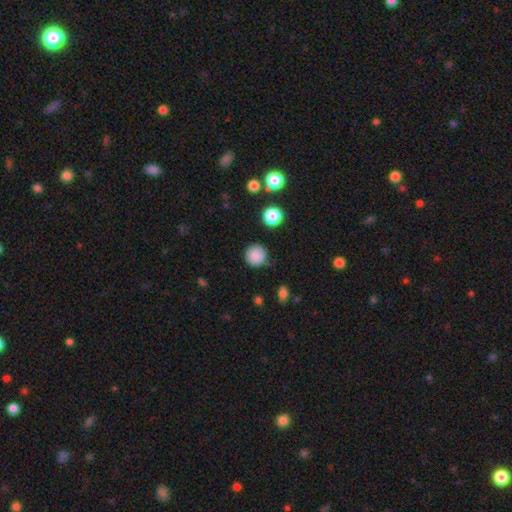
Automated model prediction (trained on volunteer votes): A smooth galaxy with no disk features (85%) that is round (94%). Merging: none (83%).